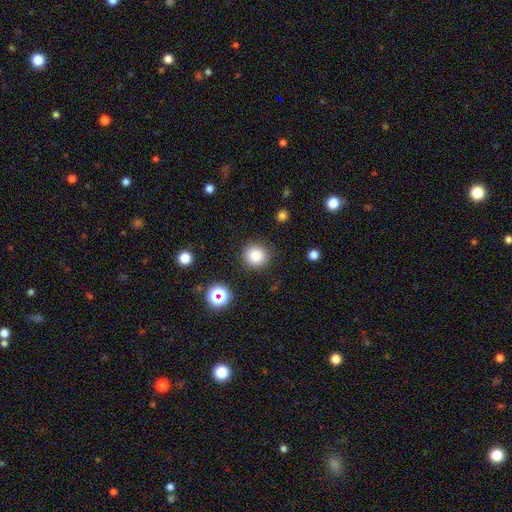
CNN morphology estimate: The model was most divided on "smooth or featured": smooth: 81%, star or artifact: 12%, featured or disk: 7%. More confident: how rounded — round (93%); merging — none (88%).